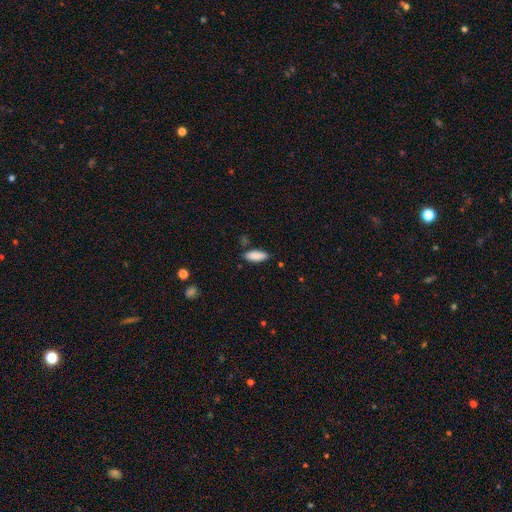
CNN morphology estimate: A smooth galaxy with no disk features (88%) that is in between round and cigar-shaped (69%).

Vote fractions:
- Smooth or featured? smooth: 88% / star or artifact: 6% / featured or disk: 5%
- How rounded? in between: 69% / cigar-shaped: 29% / round: 2%
- Merging? none: 79% / minor disturbance: 14% / merger: 4% / major disturbance: 3%